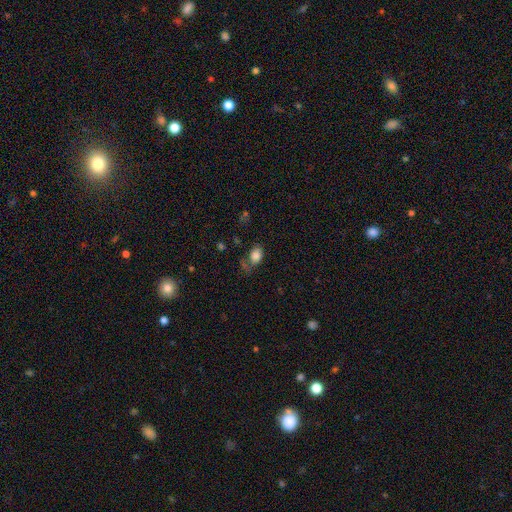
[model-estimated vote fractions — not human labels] smooth 82%, star or artifact 10%, featured or disk 8%. Down the decision tree: how rounded — in between (83%); merging — none (54%).